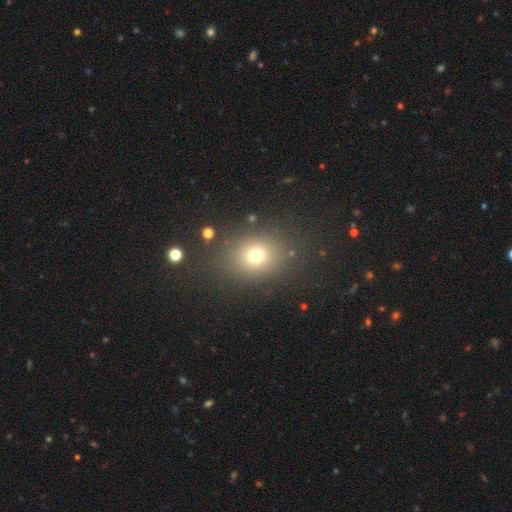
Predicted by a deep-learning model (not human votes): Smooth or featured? smooth (72%)
How rounded? round (56%)
Merging? none (82%)